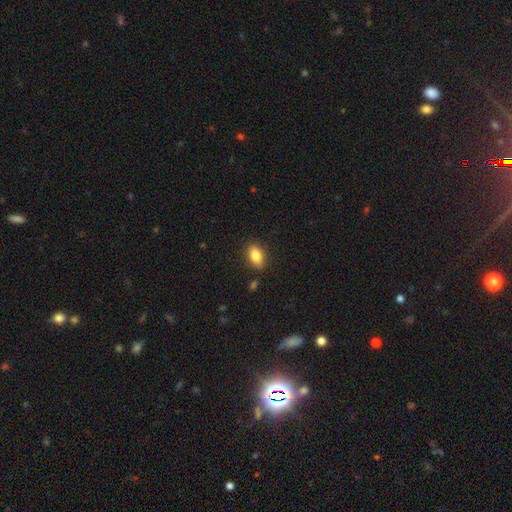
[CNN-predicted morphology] Overall: smooth (82%). How rounded: in between (86%). Merging: none (86%).